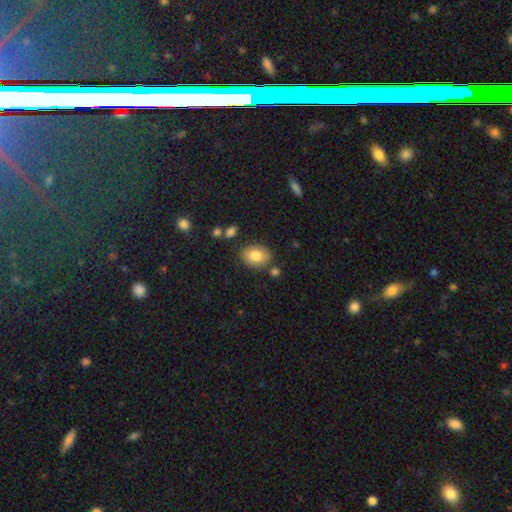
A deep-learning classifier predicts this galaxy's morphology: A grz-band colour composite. It shows a smooth galaxy with no disk features (82%) that is in between round and cigar-shaped (69%). Merging: none (79%).